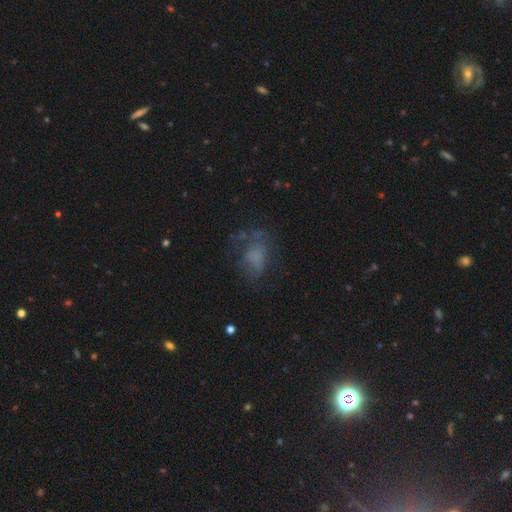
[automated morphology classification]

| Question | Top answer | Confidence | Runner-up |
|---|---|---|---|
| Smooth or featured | smooth | 48% | featured or disk (34%) |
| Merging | none | 45% | major disturbance (30%) |